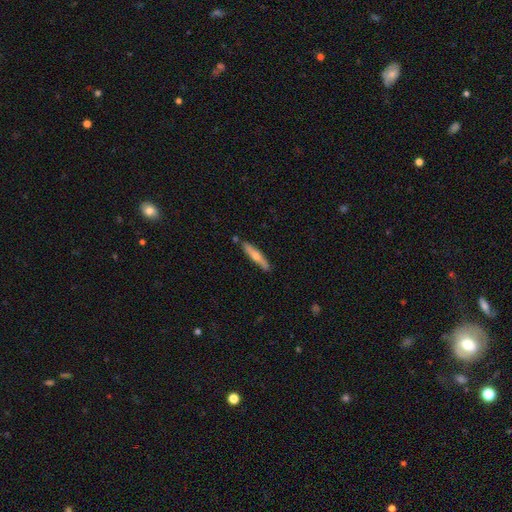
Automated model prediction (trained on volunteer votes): Smooth or featured?
  - smooth: 52% *
  - featured or disk: 42%
  - star or artifact: 5%
How rounded?
  - cigar-shaped: 90% *
  - in between: 9%
  - round: 1%
Merging?
  - none: 81% *
  - minor disturbance: 13%
  - merger: 4%
  - major disturbance: 2%